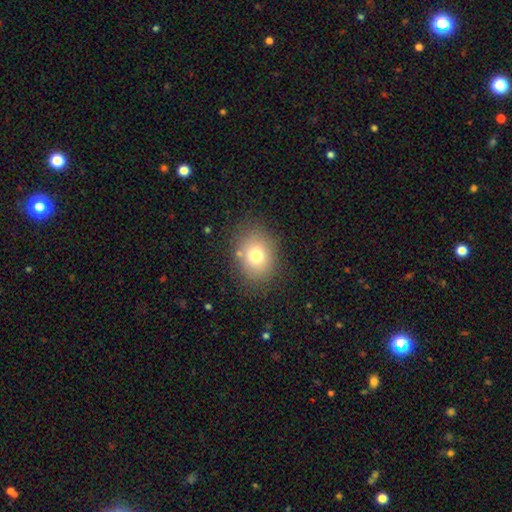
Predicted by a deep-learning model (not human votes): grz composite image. It shows a smooth galaxy with no disk features (74%) that is round (53%). Merging: none (81%).